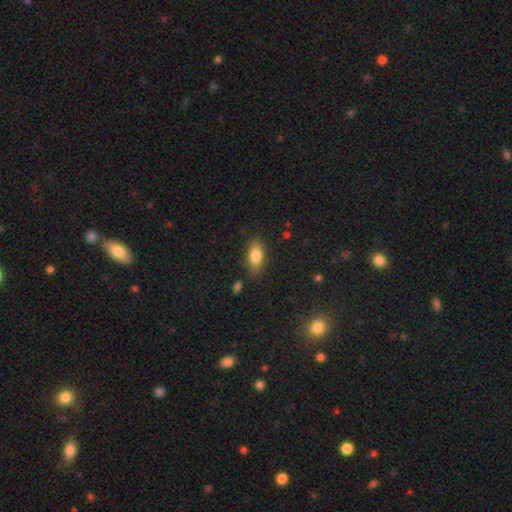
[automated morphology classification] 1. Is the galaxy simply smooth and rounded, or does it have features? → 82% smooth, 10% featured or disk, 8% star or artifact.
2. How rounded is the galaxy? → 86% in between, 9% cigar-shaped, 5% round.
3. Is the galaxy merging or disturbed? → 82% none, 13% minor disturbance, 3% major disturbance, 2% merger.